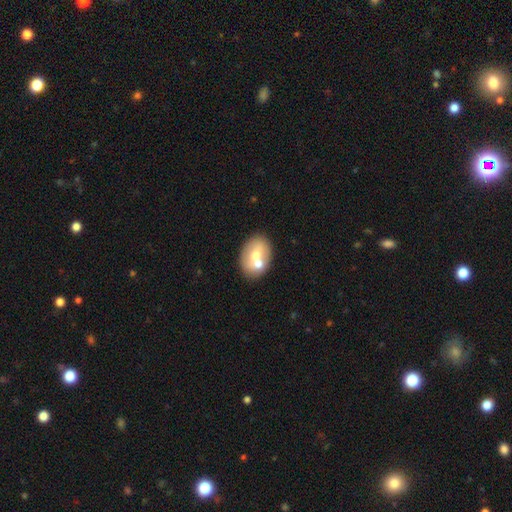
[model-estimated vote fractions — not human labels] Smooth or featured: smooth — 59% (featured or disk — 33%)
How rounded: in between — 71% (round — 28%)
Merging: none — 58% (merger — 28%)